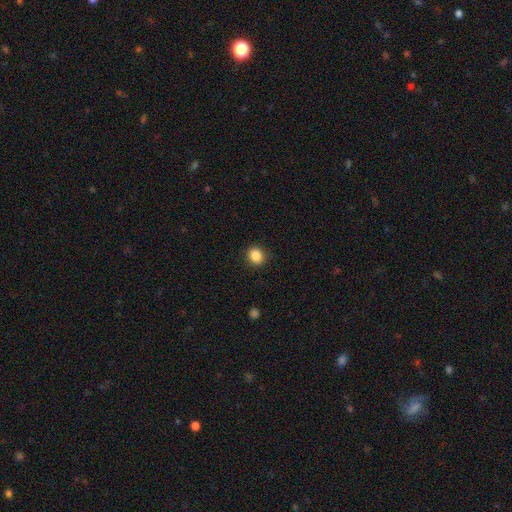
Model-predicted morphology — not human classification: smooth_or_featured: smooth (p=0.87) [alt: star or artifact p=0.10]
how_rounded: round (p=0.73) [alt: in between p=0.26]
merging: none (p=0.90) [alt: minor disturbance p=0.07]